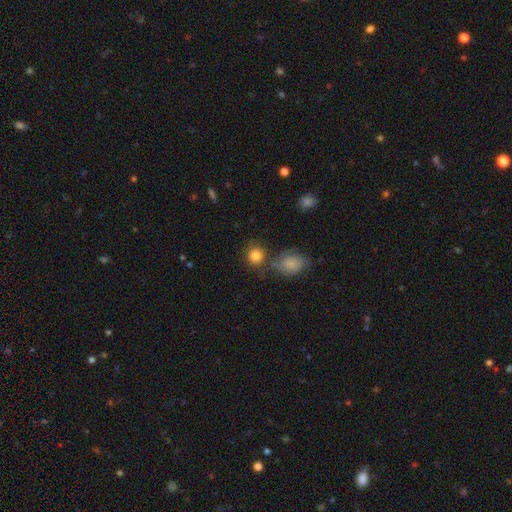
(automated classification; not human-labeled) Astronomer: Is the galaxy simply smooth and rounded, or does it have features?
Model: smooth — 84%.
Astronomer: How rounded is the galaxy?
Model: round — 84%.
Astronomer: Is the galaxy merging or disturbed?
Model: none — 65%.